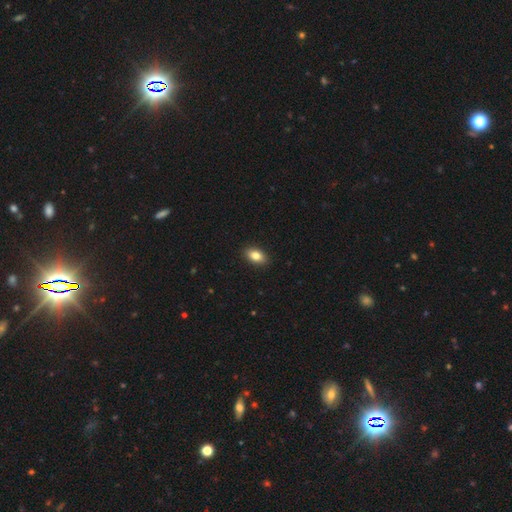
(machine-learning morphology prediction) Smooth or featured: smooth — 83% (featured or disk — 9%)
How rounded: in between — 89% (round — 9%)
Merging: none — 91% (minor disturbance — 7%)